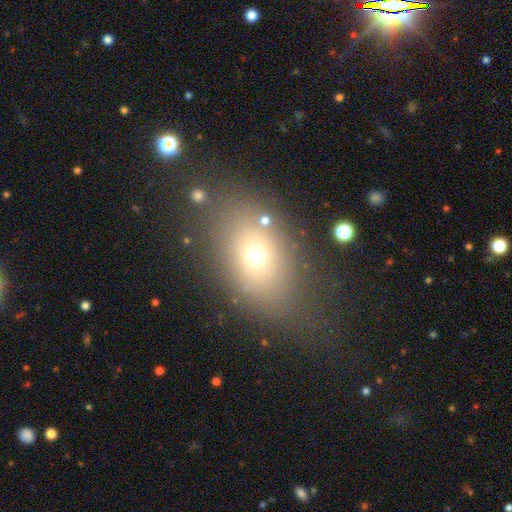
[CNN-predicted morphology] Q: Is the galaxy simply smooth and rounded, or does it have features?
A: smooth — 66%.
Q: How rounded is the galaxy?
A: in between — 71%.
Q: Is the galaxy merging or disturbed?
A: none — 70%.